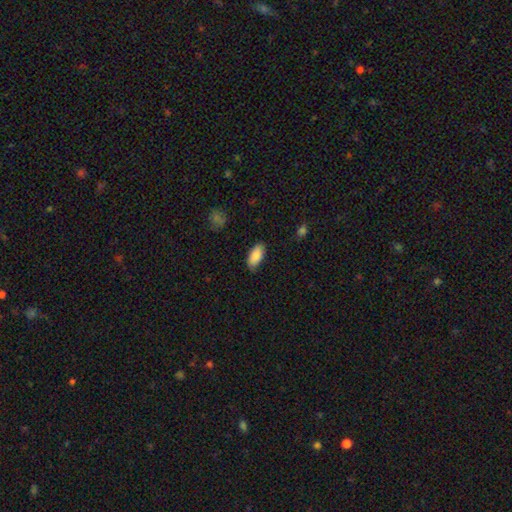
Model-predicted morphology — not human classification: Overall: smooth (88%). How rounded: in between (91%). Merging: none (83%).